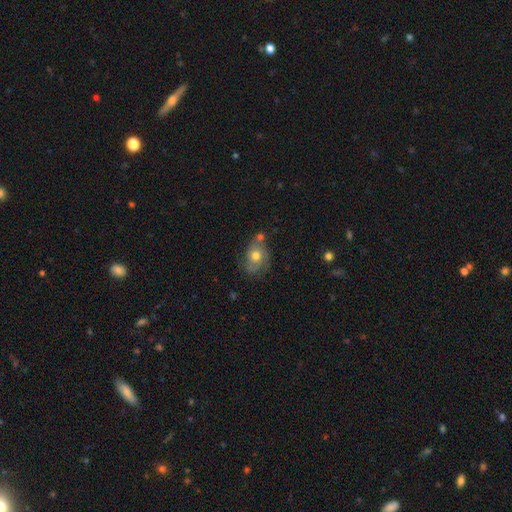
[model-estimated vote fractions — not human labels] A smooth galaxy with no disk features (55%) that is in between round and cigar-shaped (61%). Merging: none (49%).